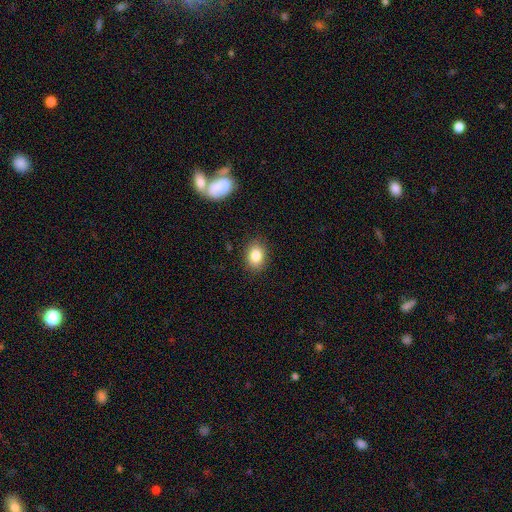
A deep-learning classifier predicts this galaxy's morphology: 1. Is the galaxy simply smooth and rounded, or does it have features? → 84% smooth, 9% star or artifact, 7% featured or disk.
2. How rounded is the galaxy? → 64% in between, 35% round, 1% cigar-shaped.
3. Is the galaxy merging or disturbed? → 86% none, 10% minor disturbance, 3% major disturbance, 1% merger.